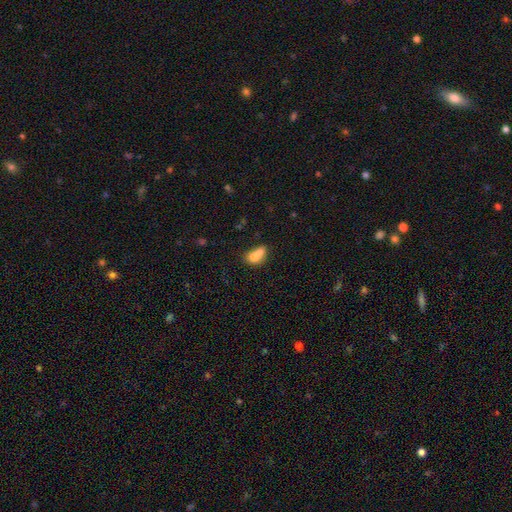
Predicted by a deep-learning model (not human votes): This is likely a smooth galaxy (73%). How rounded: likely in between (71%). Merging: possibly merger (54%).